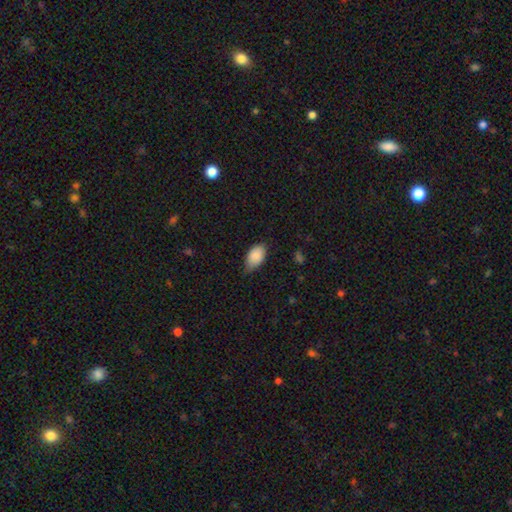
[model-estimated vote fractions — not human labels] A smooth galaxy with no disk features (86%) that is in between round and cigar-shaped (92%).

Vote fractions:
- Smooth or featured? smooth: 86% / star or artifact: 7% / featured or disk: 7%
- How rounded? in between: 92% / round: 6% / cigar-shaped: 2%
- Merging? none: 57% / minor disturbance: 36% / major disturbance: 5% / merger: 1%